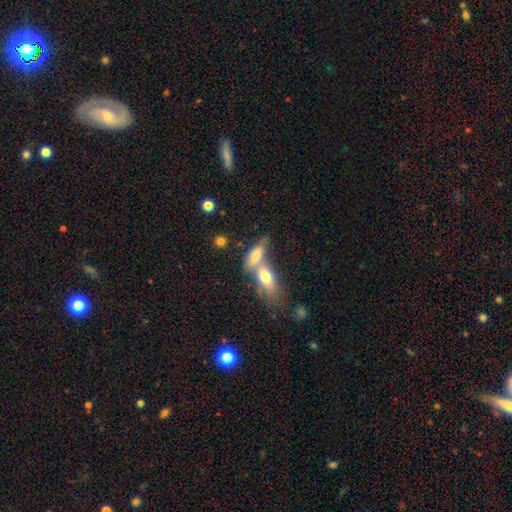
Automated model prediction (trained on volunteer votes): This appears to be a smooth galaxy with no disk features (70%) that is in between round and cigar-shaped (72%). Merging: merger (63%).